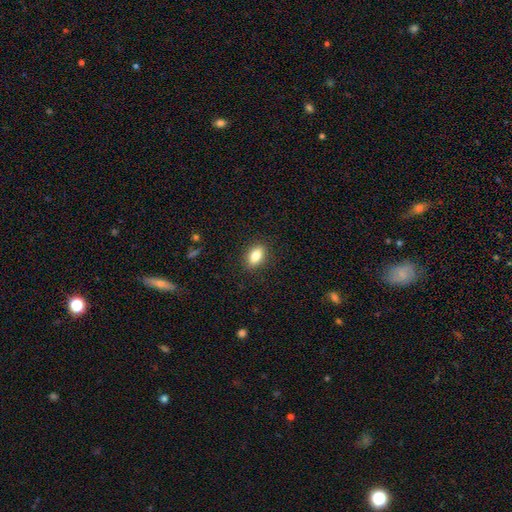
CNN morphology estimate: smooth-or-featured: smooth: 83% | featured or disk: 9% | star or artifact: 8%
  how-rounded: in between: 84% | round: 12% | cigar-shaped: 4%
  merging: none: 89% | minor disturbance: 8% | major disturbance: 2% | merger: 1%